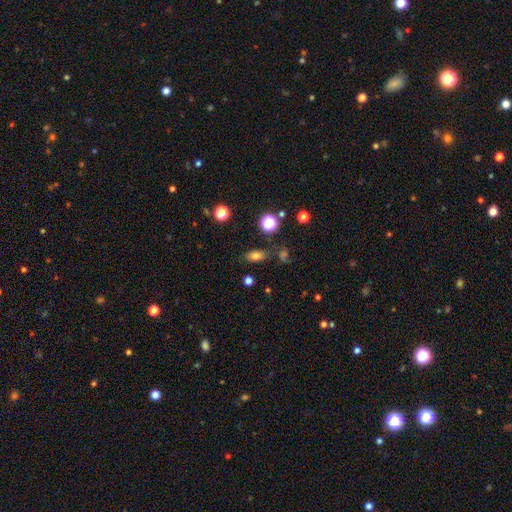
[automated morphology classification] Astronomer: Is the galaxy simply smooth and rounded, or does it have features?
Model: smooth — 73%.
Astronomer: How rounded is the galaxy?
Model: in between — 78%.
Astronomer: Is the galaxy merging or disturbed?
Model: none — 77%.